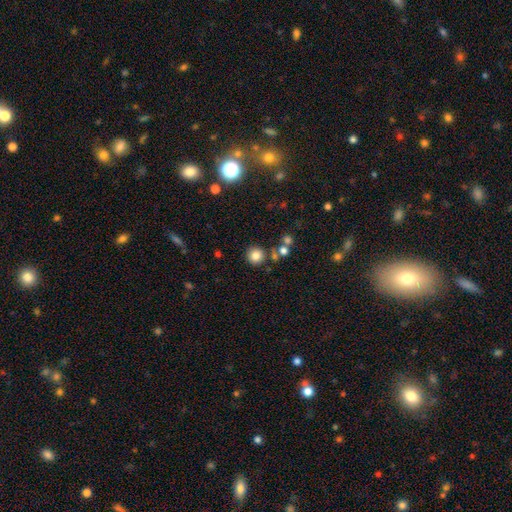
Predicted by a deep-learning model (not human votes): Smooth or featured?
  - smooth: 82% *
  - star or artifact: 12%
  - featured or disk: 6%
How rounded?
  - round: 93% *
  - in between: 6%
  - cigar-shaped: 1%
Merging?
  - none: 81% *
  - minor disturbance: 8%
  - merger: 8%
  - major disturbance: 3%